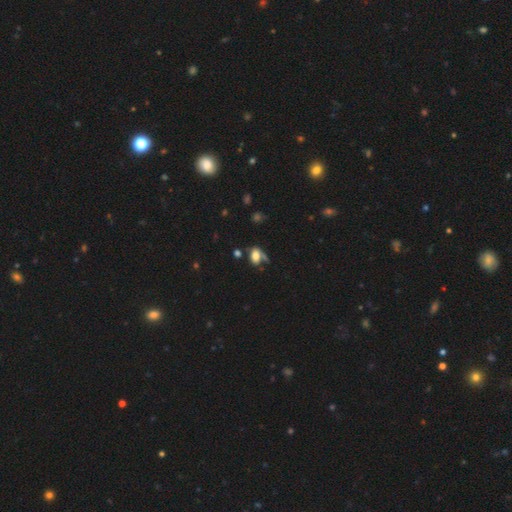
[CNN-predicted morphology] Smooth or featured?
  - smooth: 74% *
  - featured or disk: 14%
  - star or artifact: 12%
How rounded?
  - in between: 79% *
  - round: 18%
  - cigar-shaped: 3%
Merging?
  - none: 45% *
  - minor disturbance: 22%
  - merger: 17%
  - major disturbance: 15%